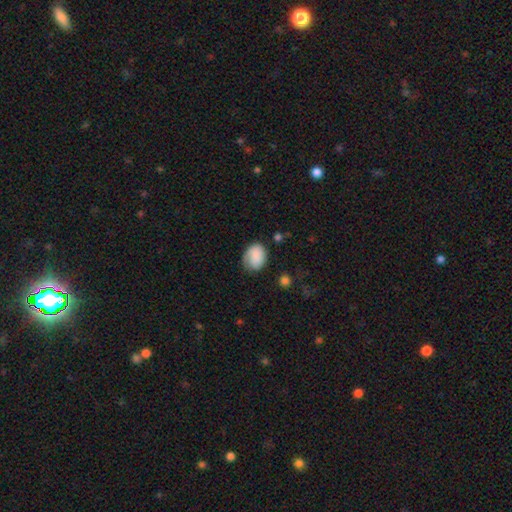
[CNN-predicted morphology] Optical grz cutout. It shows a smooth galaxy with no disk features (83%) that is in between round and cigar-shaped (65%). Merging: none (62%).